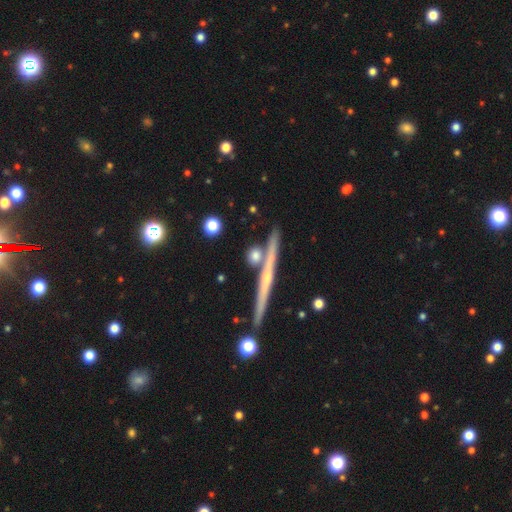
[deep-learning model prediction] Q: Smooth or featured?
A: smooth (61%); runner-up: featured or disk (30%)
Q: How rounded?
A: round (56%); runner-up: cigar-shaped (30%)
Q: Merging?
A: none (71%); runner-up: merger (16%)